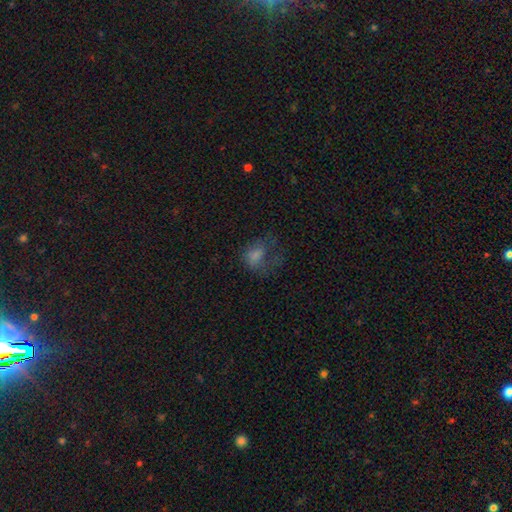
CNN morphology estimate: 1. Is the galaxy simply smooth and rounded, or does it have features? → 66% smooth, 19% featured or disk, 15% star or artifact.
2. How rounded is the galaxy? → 73% in between, 25% round, 2% cigar-shaped.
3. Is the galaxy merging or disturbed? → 49% major disturbance, 27% none, 21% minor disturbance, 3% merger.